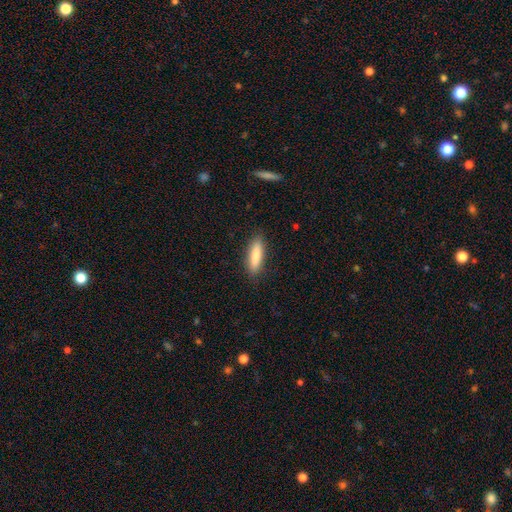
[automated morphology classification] A smooth galaxy with no disk features (82%) that is cigar-shaped (66%).

Vote fractions:
- Smooth or featured? smooth: 82% / featured or disk: 12% / star or artifact: 6%
- How rounded? cigar-shaped: 66% / in between: 32% / round: 2%
- Merging? none: 88% / minor disturbance: 9% / major disturbance: 2% / merger: 1%